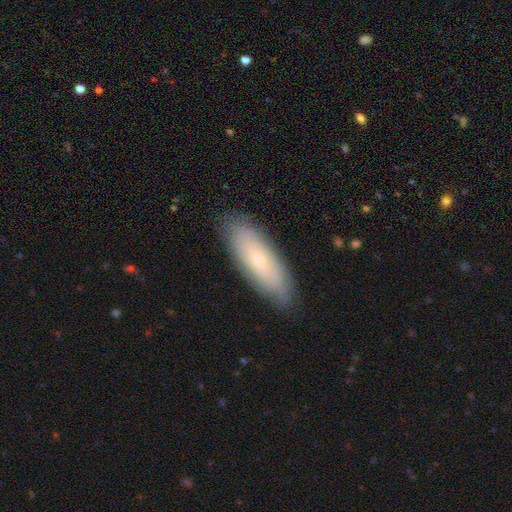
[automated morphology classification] smooth-or-featured: smooth: 57% | featured or disk: 33% | star or artifact: 10%
  how-rounded: in between: 54% | cigar-shaped: 43% | round: 2%
  merging: none: 87% | minor disturbance: 10% | major disturbance: 2% | merger: 1%